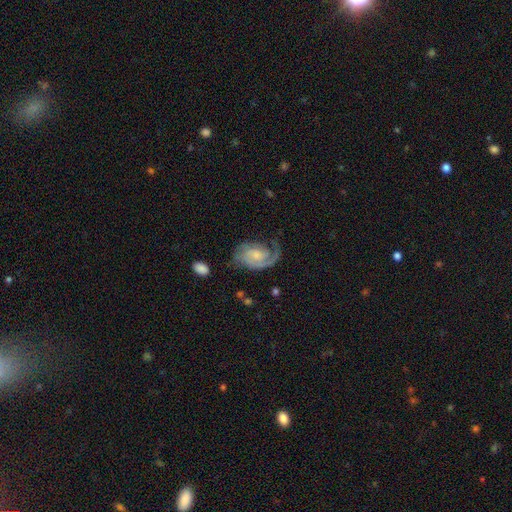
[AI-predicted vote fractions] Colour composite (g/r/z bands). It shows a featured or disk galaxy (80%) with no bar (65%), 1 (49%) tight (43%) spiral arms (95%) and a small central bulge (49%). Merging: none (56%).